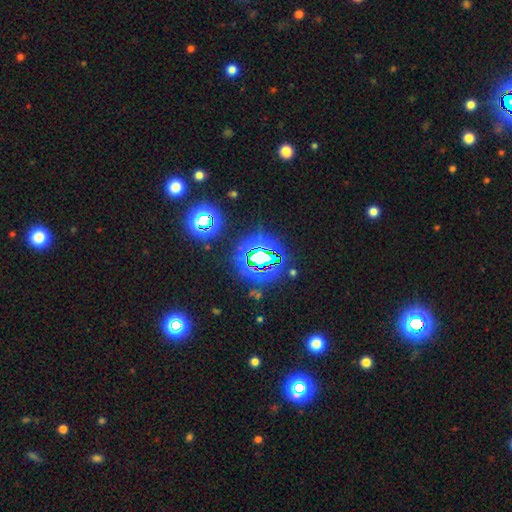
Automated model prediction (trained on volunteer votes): Morphology: type=star or artifact (75%).